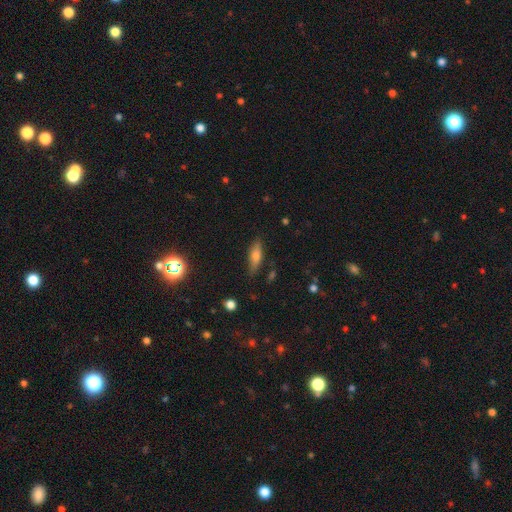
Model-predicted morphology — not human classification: A smooth galaxy with no disk features (60%) that is in between round and cigar-shaped (53%).

Vote fractions:
- Smooth or featured? smooth: 60% / featured or disk: 30% / star or artifact: 10%
- How rounded? in between: 53% / cigar-shaped: 44% / round: 3%
- Merging? none: 81% / minor disturbance: 14% / major disturbance: 3% / merger: 2%